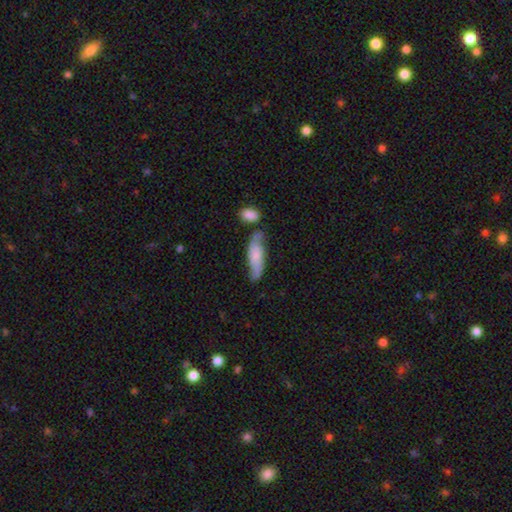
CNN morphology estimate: Smooth or featured? Predicted: smooth (p=0.54). How rounded? Predicted: in between (p=0.55). Merging? Predicted: none (p=0.51).